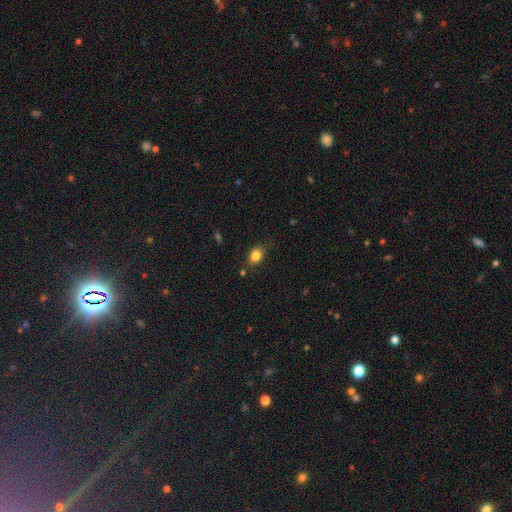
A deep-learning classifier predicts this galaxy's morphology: smooth_or_featured: smooth (p=0.82) [alt: star or artifact p=0.10]
how_rounded: in between (p=0.67) [alt: round p=0.31]
merging: none (p=0.71) [alt: minor disturbance p=0.21]